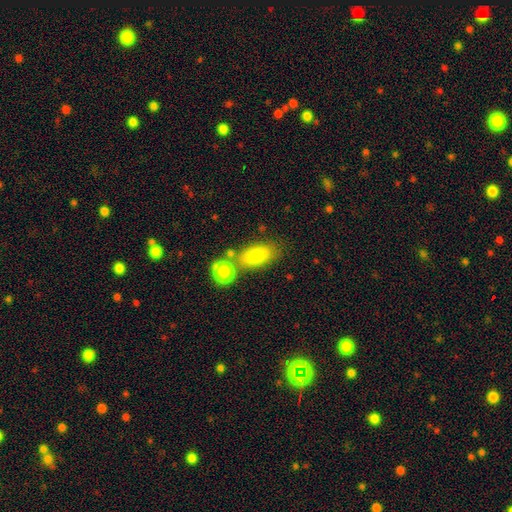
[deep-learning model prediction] Q: Smooth or featured?
A: smooth (83%); runner-up: star or artifact (9%)
Q: How rounded?
A: in between (84%); runner-up: cigar-shaped (8%)
Q: Merging?
A: none (60%); runner-up: merger (20%)